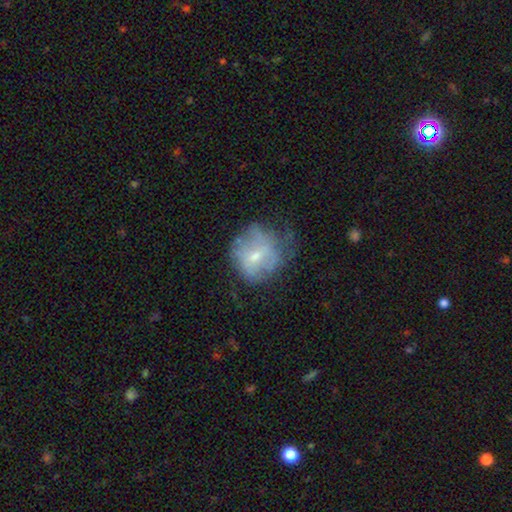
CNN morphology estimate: Smooth or featured? Predicted: featured or disk (p=0.47). Merging? Predicted: none (p=0.42).